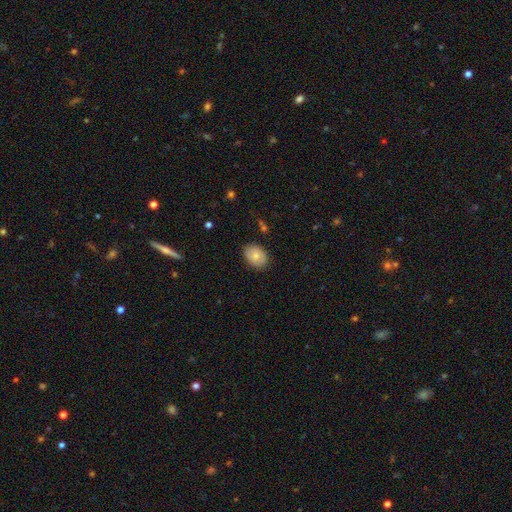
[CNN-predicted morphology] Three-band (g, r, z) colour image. It shows a smooth galaxy with no disk features (80%) that is in between round and cigar-shaped (77%). Merging: none (85%).